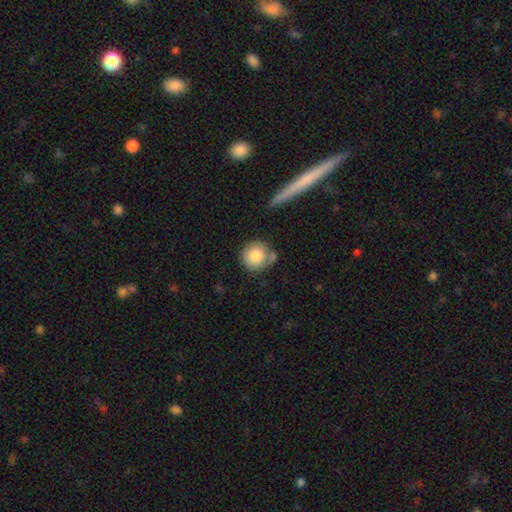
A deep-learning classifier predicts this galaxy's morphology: The model was most divided on "merging": none: 65%, minor disturbance: 17%, merger: 12%, major disturbance: 5%. More confident: how rounded — round (92%); smooth or featured — smooth (85%).